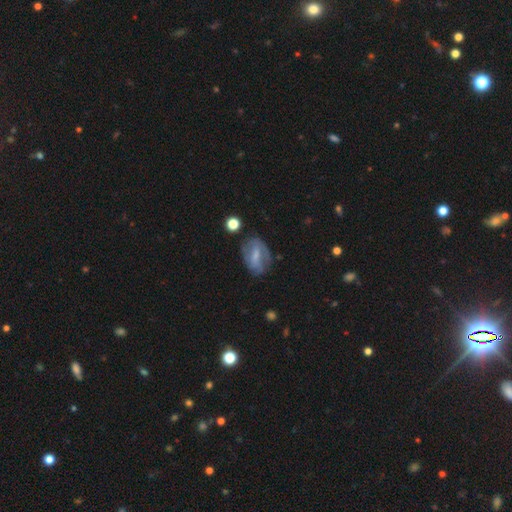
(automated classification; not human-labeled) Smooth or featured? Predicted: featured or disk (p=0.51). Edge-on disk? Predicted: no (p=0.94). Merging? Predicted: none (p=0.61).